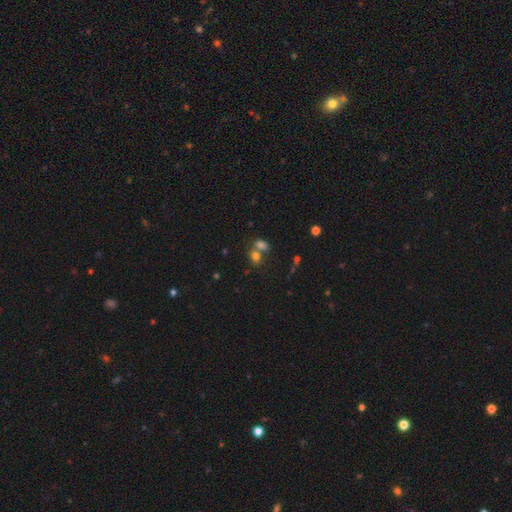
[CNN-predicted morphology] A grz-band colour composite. It shows a smooth galaxy with no disk features (73%) that is in between round and cigar-shaped (62%). Merging: merger (48%).